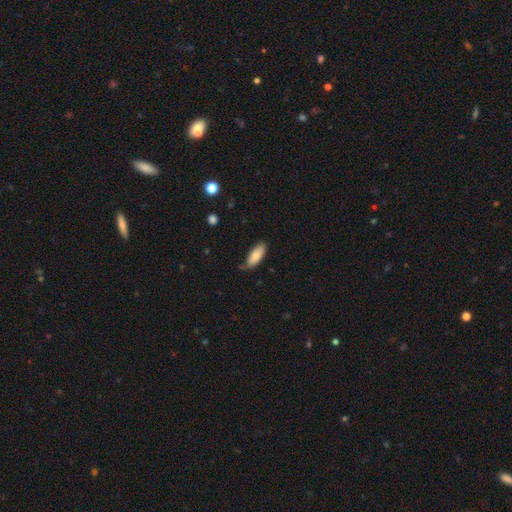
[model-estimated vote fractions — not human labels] A smooth galaxy with no disk features (81%) that is in between round and cigar-shaped (80%).

Vote fractions:
- Smooth or featured? smooth: 81% / featured or disk: 13% / star or artifact: 6%
- How rounded? in between: 80% / cigar-shaped: 19% / round: 2%
- Merging? none: 58% / minor disturbance: 33% / major disturbance: 6% / merger: 2%